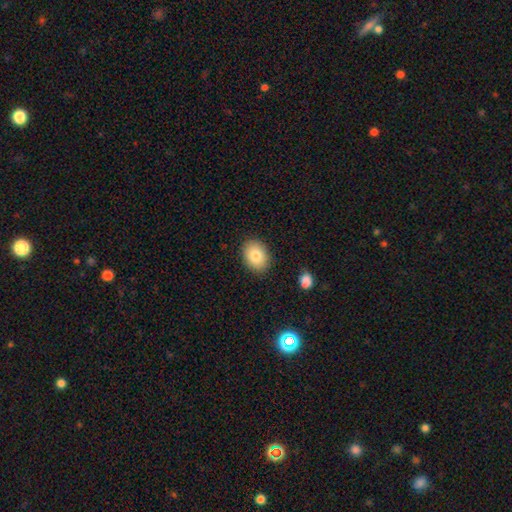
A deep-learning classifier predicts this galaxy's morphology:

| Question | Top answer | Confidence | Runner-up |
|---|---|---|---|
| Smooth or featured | smooth | 83% | featured or disk (10%) |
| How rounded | in between | 67% | round (32%) |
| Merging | none | 88% | minor disturbance (9%) |